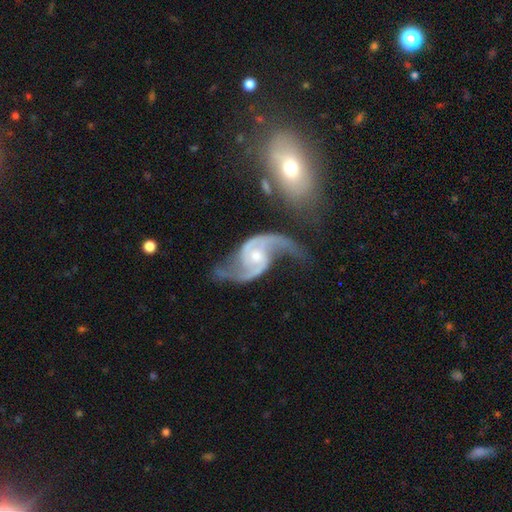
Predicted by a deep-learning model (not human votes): Smooth or featured? Predicted: featured or disk (p=0.93). Edge-on disk? Predicted: no (p=0.98). Bar? Predicted: no (p=0.53). Spiral arms? Predicted: yes (p=0.98). Spiral winding? Predicted: loose (p=0.53). Spiral arm count? Predicted: 2 (p=0.93). Bulge size? Predicted: small (p=0.47, tied with moderate). Merging? Predicted: none (p=0.56).